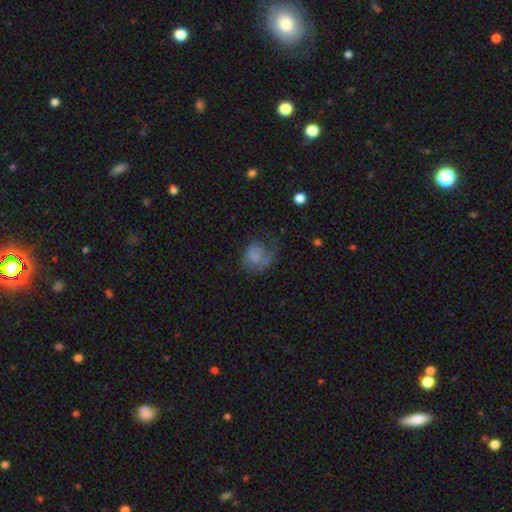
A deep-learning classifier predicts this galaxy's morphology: The model was most divided on "how rounded": round: 53%, in between: 46%, cigar-shaped: 1%. Remaining: smooth or featured — smooth (56%); merging — major disturbance (40%).